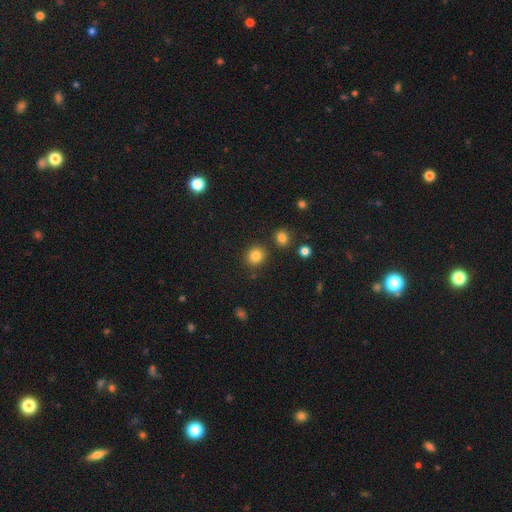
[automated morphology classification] Overall: smooth (83%). How rounded: round (85%). Merging: none (85%).